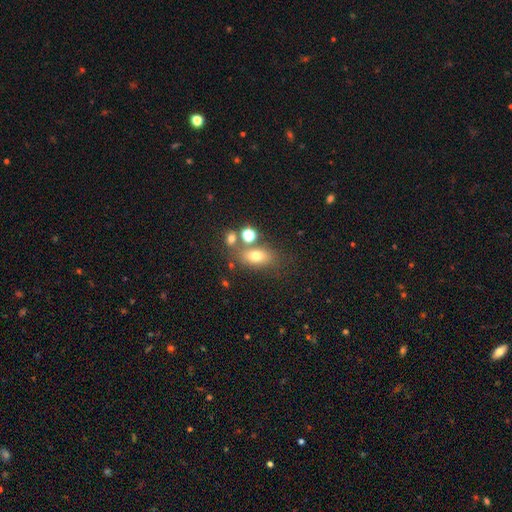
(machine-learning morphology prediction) smooth-or-featured: smooth: 69% | featured or disk: 16% | star or artifact: 15%
  how-rounded: in between: 72% | round: 24% | cigar-shaped: 4%
  merging: none: 60% | merger: 20% | minor disturbance: 14% | major disturbance: 7%